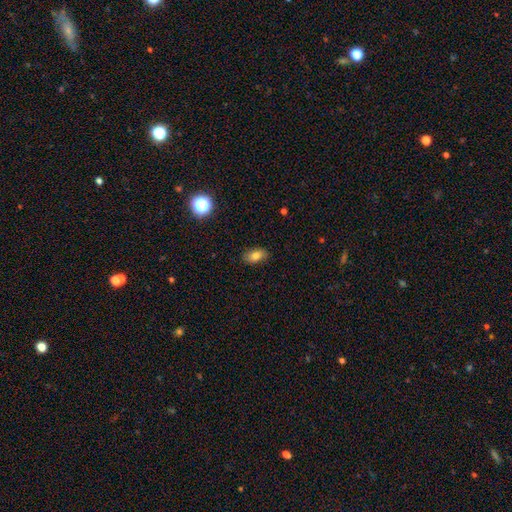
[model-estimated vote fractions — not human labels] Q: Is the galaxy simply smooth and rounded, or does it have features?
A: smooth — 79%.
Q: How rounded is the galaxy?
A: in between — 89%.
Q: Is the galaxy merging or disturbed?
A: none — 86%.